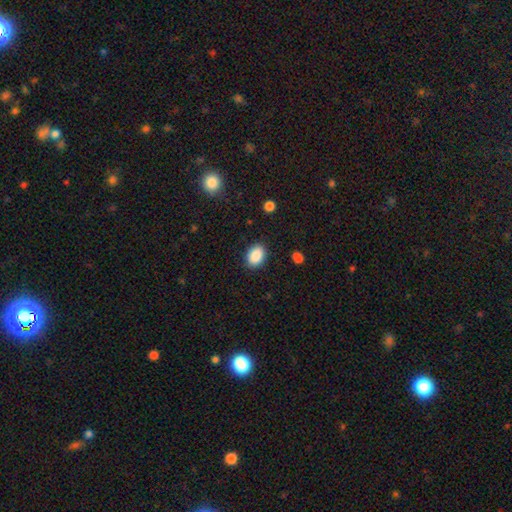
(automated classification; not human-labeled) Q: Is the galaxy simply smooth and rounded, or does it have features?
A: smooth — 89%.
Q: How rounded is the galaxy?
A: in between — 78%.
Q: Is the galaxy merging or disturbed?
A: none — 86%.